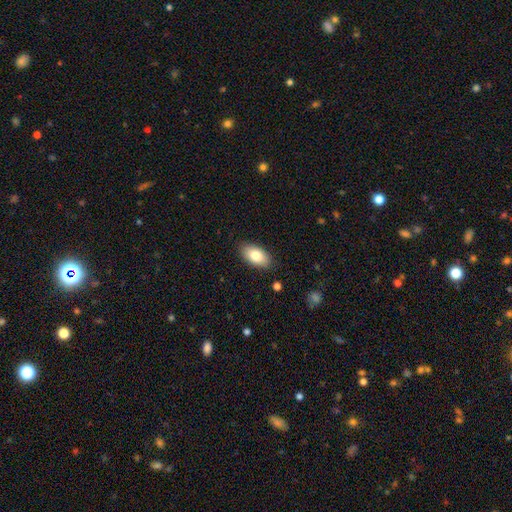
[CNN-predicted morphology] Overall: smooth (81%). How rounded: in between (94%). Merging: none (87%).